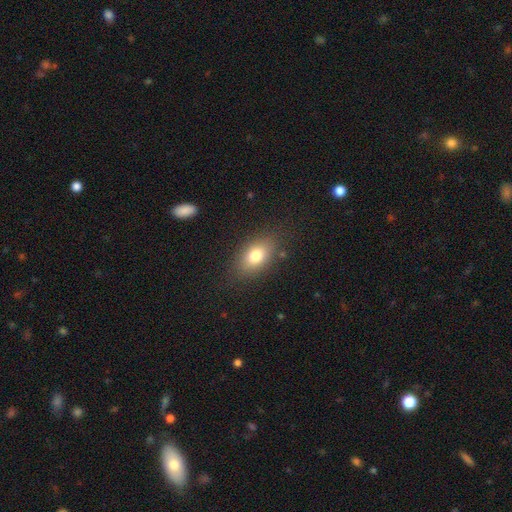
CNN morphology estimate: Overall: smooth (78%). How rounded: in between (84%). Merging: none (82%).